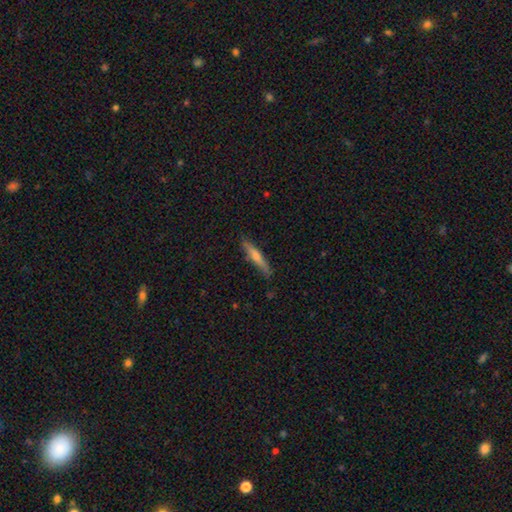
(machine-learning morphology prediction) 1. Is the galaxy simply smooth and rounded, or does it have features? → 47% featured or disk (tied), 47% smooth (tied), 6% star or artifact.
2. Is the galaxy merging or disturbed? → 86% none, 11% minor disturbance, 2% major disturbance, 1% merger.